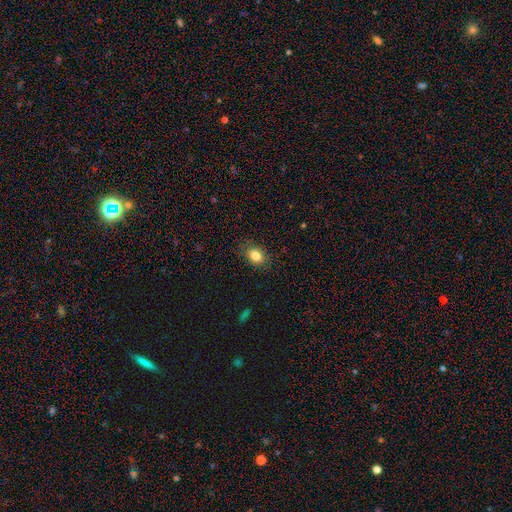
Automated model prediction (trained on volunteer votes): smooth-or-featured: smooth: 83% | star or artifact: 10% | featured or disk: 8%
  how-rounded: in between: 69% | round: 29% | cigar-shaped: 1%
  merging: none: 83% | minor disturbance: 12% | major disturbance: 3% | merger: 1%